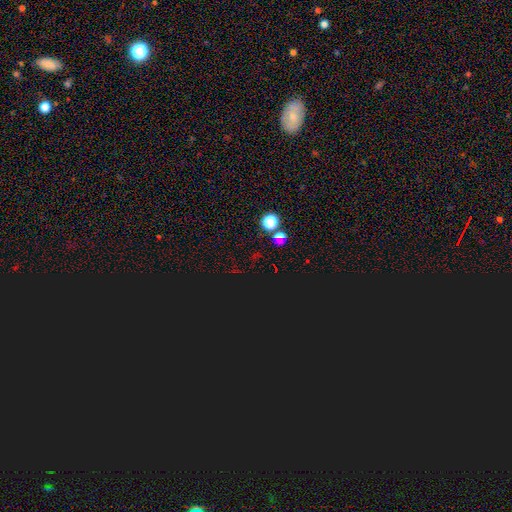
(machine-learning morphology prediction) star or artifact 67%, smooth 26%, featured or disk 7%.